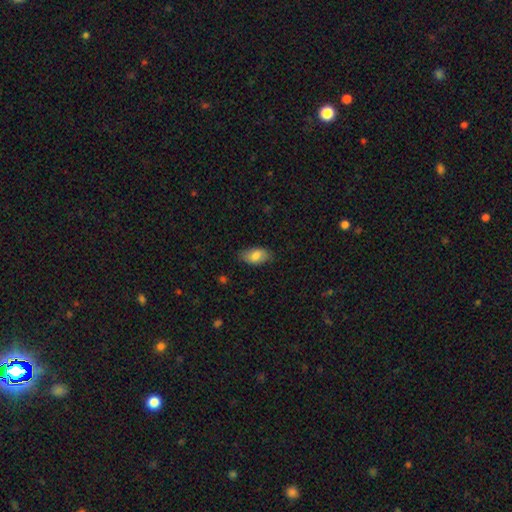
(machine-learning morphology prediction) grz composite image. It shows a smooth galaxy with no disk features (80%) that is in between round and cigar-shaped (93%). Merging: none (78%).